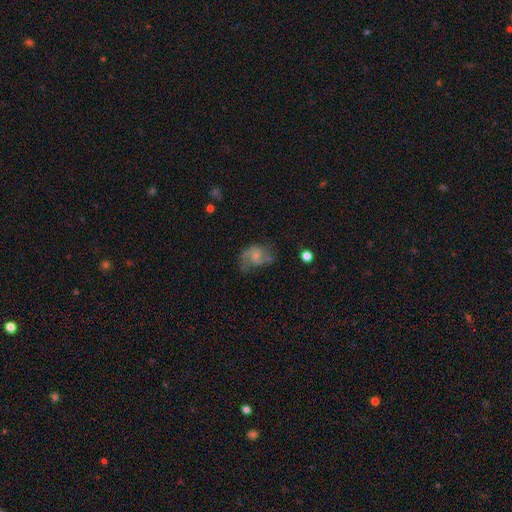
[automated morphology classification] Overall: featured or disk (62%; smooth 29%). Edge-on disk: no (97%). Bar: no (60%; weak 34%). Spiral arms: yes (84%). Spiral arm count: 2 (67%). Spiral winding: medium (43%; loose 42%). Bulge size: small (48%; moderate 27%). Merging: none (45%; major disturbance 26%).